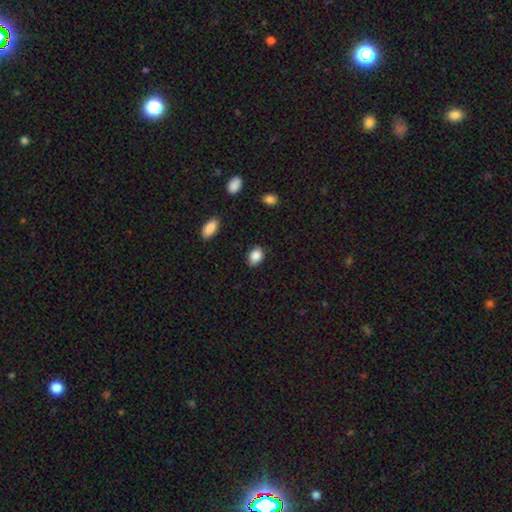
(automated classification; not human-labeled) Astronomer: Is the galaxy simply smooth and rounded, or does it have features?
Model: smooth — 87%.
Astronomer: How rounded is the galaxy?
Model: in between — 78%.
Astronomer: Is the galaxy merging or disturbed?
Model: none — 84%.